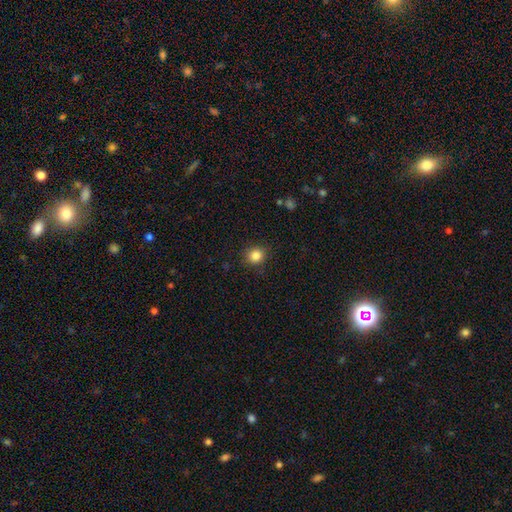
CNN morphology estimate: Smooth or featured: smooth — 85% (star or artifact — 11%)
How rounded: round — 88% (in between — 11%)
Merging: none — 88% (minor disturbance — 9%)